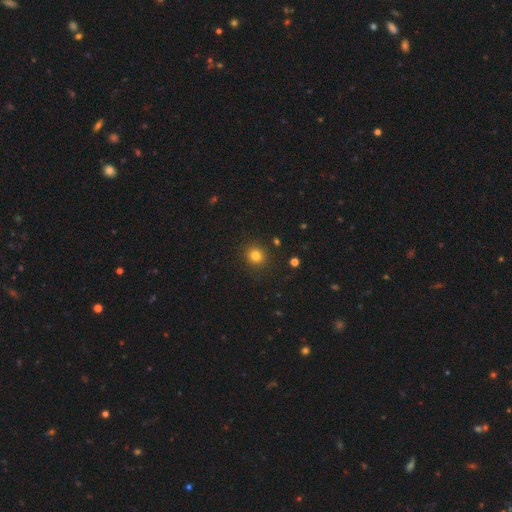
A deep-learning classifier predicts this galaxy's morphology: This appears to be a smooth galaxy with no disk features (80%) that is round (89%). Merging: none (90%).